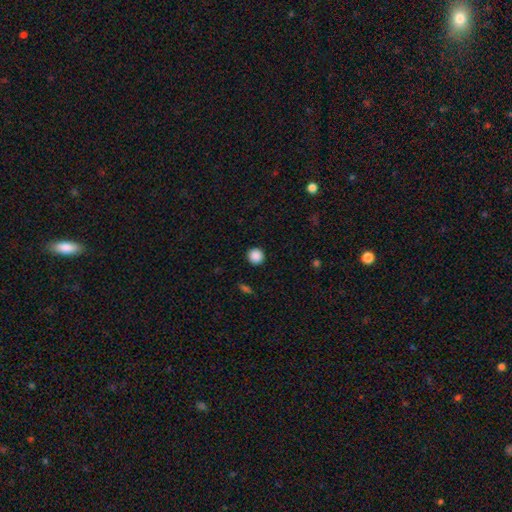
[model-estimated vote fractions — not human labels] smooth-or-featured: smooth: 88% | star or artifact: 9% | featured or disk: 2%
  how-rounded: round: 95% | in between: 4% | cigar-shaped: 1%
  merging: none: 93% | minor disturbance: 4% | major disturbance: 2% | merger: 1%